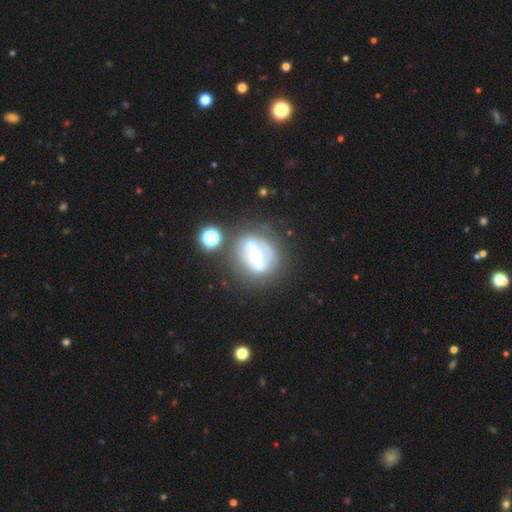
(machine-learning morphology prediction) This is likely a featured or disk galaxy (68%). It is clearly not viewed edge-on (88%). Bar: likely strong (69%). Spiral arm pattern: likely no (63%). Central bulge: marginally moderate (39%). Merging: possibly none (56%).